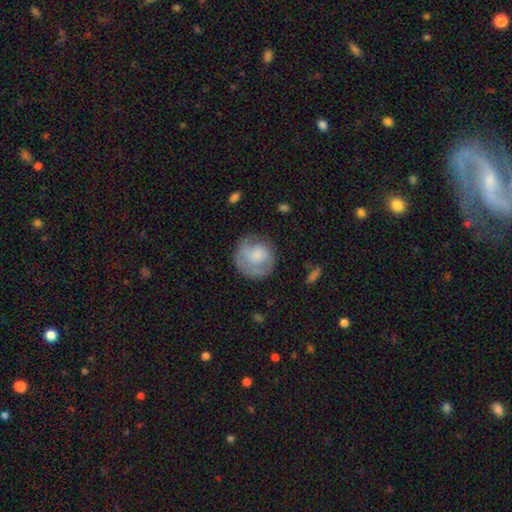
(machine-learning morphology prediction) smooth-or-featured: smooth: 61% | featured or disk: 32% | star or artifact: 7%
  how-rounded: round: 88% | in between: 11% | cigar-shaped: 1%
  merging: none: 63% | minor disturbance: 22% | major disturbance: 14% | merger: 2%